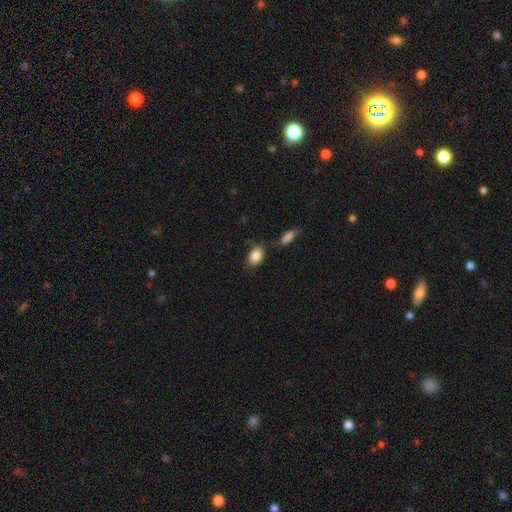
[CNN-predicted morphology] type=smooth (85%); roundness=in between (81%); merging=none (62%).